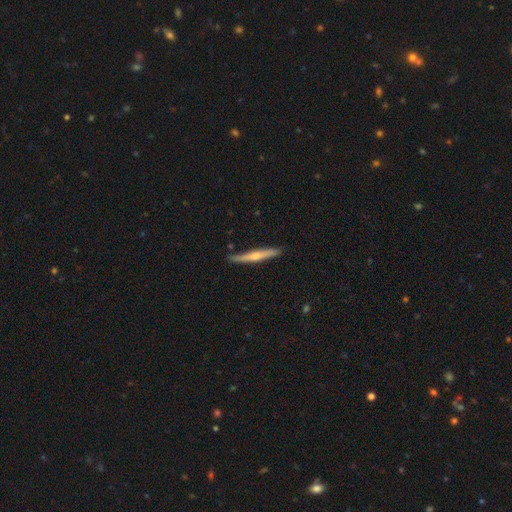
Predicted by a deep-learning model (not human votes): A featured or disk galaxy (63%) viewed edge-on (96%) with a rounded central bulge (81%). Merging: none (87%).